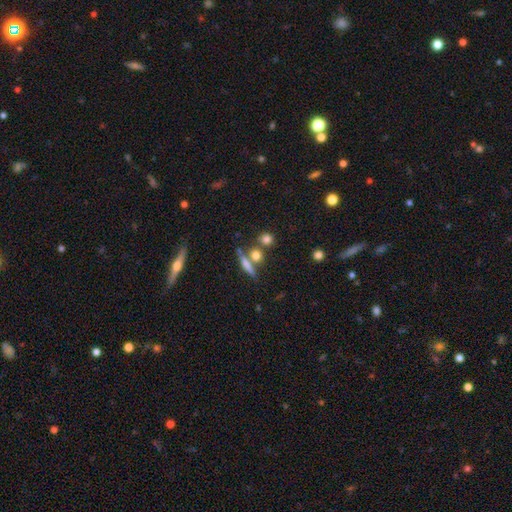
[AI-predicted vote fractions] This is likely a smooth galaxy (72%). How rounded: likely round (61%). Merging: likely none (65%).